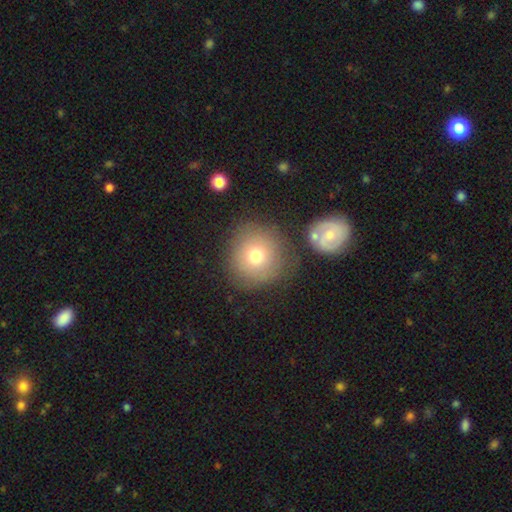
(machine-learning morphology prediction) Q: Smooth or featured?
A: smooth (73%); runner-up: featured or disk (17%)
Q: How rounded?
A: round (91%); runner-up: in between (8%)
Q: Merging?
A: none (75%); runner-up: minor disturbance (13%)